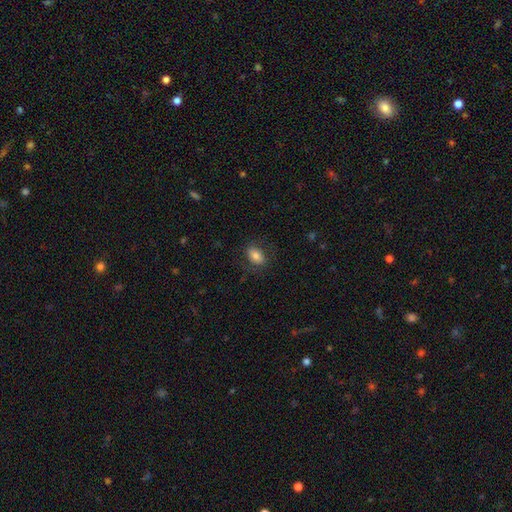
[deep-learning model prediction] Overall: smooth (77%). How rounded: in between (83%). Merging: none (76%).